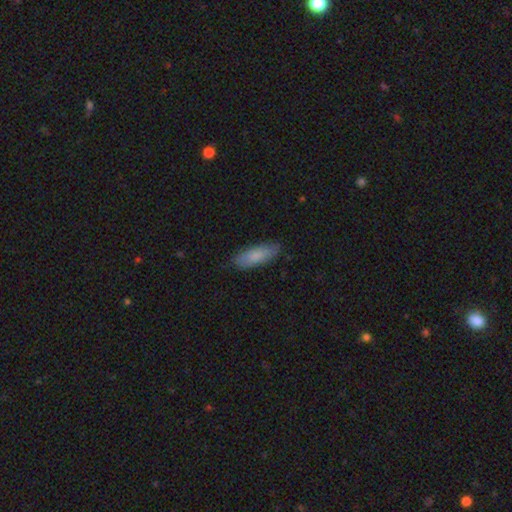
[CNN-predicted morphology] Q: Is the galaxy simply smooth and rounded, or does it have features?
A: smooth — 82%.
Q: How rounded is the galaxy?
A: in between — 61%.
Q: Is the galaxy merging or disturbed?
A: none — 84%.